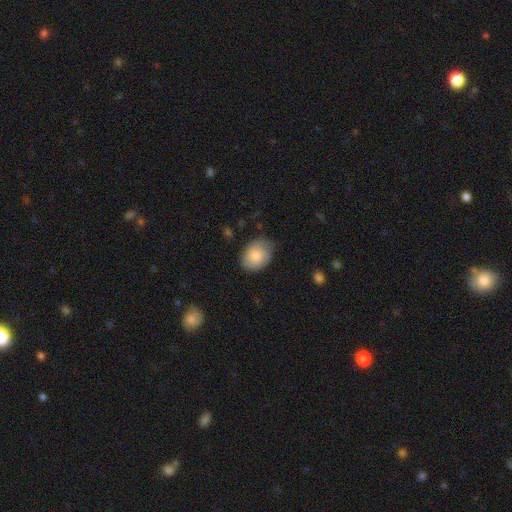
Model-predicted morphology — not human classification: A smooth galaxy with no disk features (74%) that is in between round and cigar-shaped (61%).

Vote fractions:
- Smooth or featured? smooth: 74% / featured or disk: 20% / star or artifact: 6%
- How rounded? in between: 61% / round: 38% / cigar-shaped: 1%
- Merging? none: 66% / minor disturbance: 27% / major disturbance: 6% / merger: 1%